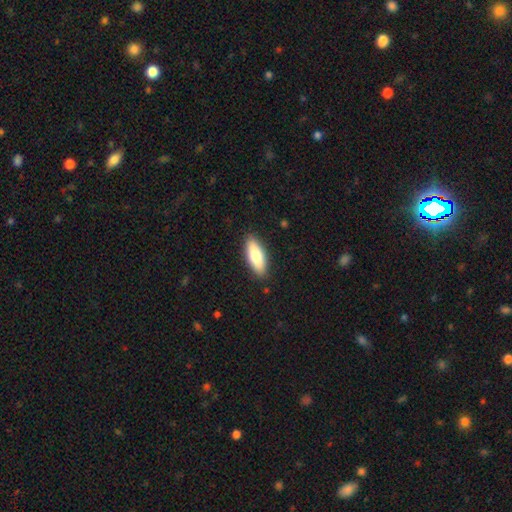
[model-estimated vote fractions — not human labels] smooth_or_featured: smooth (p=0.74) [alt: featured or disk p=0.20]
how_rounded: in between (p=0.68) [alt: cigar-shaped p=0.30]
merging: none (p=0.89) [alt: minor disturbance p=0.09]